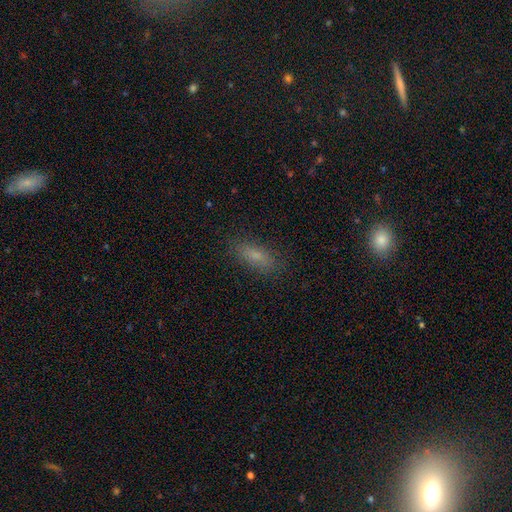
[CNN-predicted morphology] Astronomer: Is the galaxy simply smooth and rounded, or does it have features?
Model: smooth — 76%.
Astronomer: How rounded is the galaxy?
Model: in between — 63%.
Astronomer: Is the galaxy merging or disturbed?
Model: none — 84%.